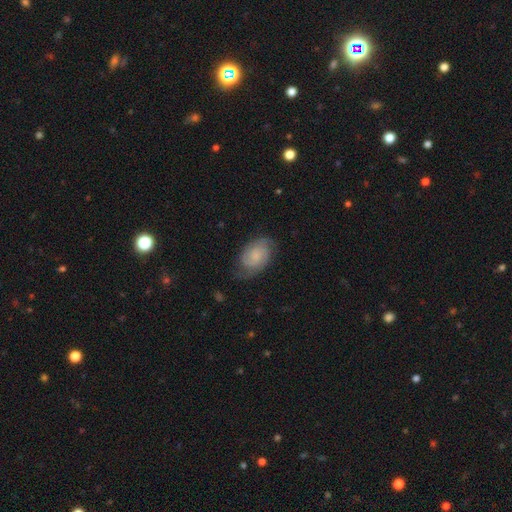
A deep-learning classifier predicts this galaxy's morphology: smooth_or_featured: featured or disk (p=0.73) [alt: smooth p=0.20]
disk_edge_on: no (p=0.97) [alt: yes p=0.03]
bar: no (p=0.65) [alt: weak p=0.31]
has_spiral_arms: yes (p=0.96) [alt: no p=0.04]
spiral_winding: tight (p=0.49) [alt: medium p=0.40]
spiral_arm_count: 2 (p=0.77) [alt: can't tell p=0.11]
bulge_size: small (p=0.40) [alt: none p=0.32]
merging: none (p=0.73) [alt: minor disturbance p=0.19]